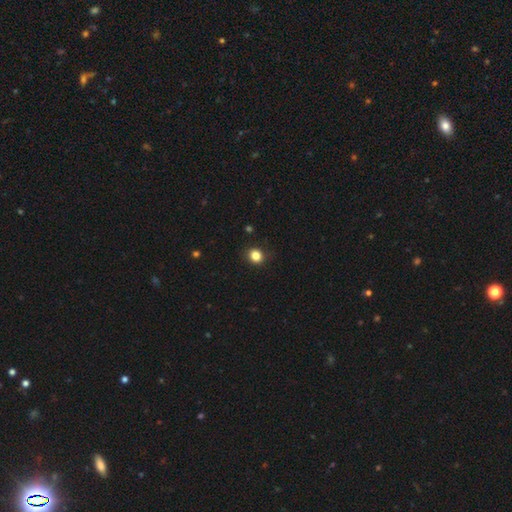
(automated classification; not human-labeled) Smooth or featured?
  - smooth: 84% *
  - star or artifact: 12%
  - featured or disk: 4%
How rounded?
  - round: 76% *
  - in between: 23%
  - cigar-shaped: 1%
Merging?
  - none: 89% *
  - minor disturbance: 8%
  - major disturbance: 2%
  - merger: 1%